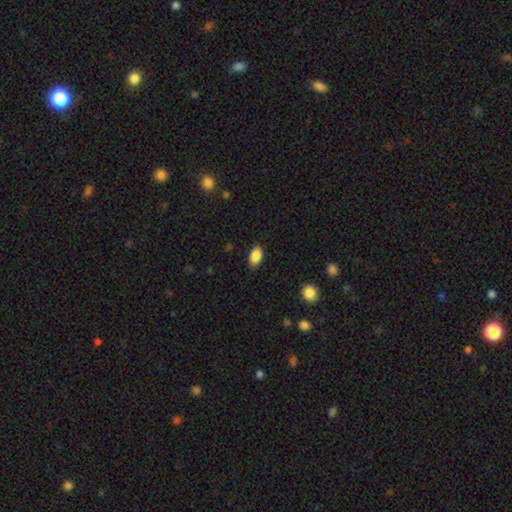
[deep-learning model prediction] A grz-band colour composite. It shows a smooth galaxy with no disk features (88%) that is in between round and cigar-shaped (92%). Merging: none (85%).